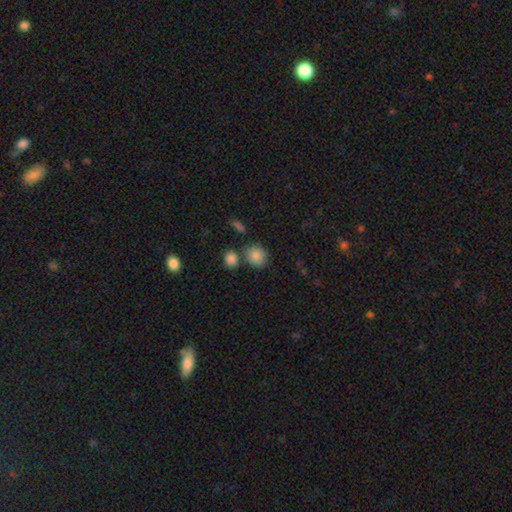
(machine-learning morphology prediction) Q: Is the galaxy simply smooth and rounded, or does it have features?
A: smooth — 86%.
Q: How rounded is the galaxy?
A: round — 70%.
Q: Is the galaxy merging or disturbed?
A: none — 66%.